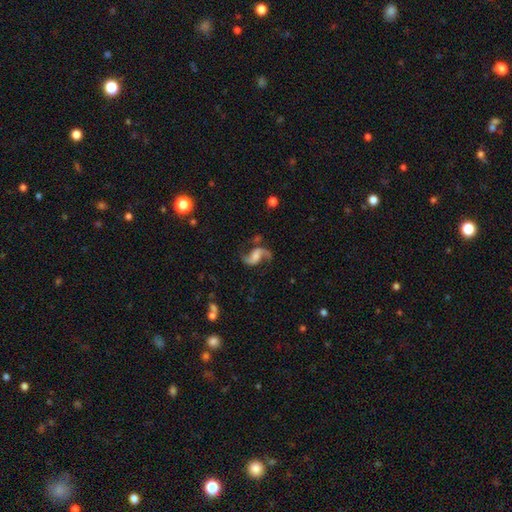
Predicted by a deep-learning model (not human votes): Overall: featured or disk (88%). Edge-on disk: no (98%). Bar: no (44%; weak 39%). Spiral arms: yes (97%). Spiral arm count: 2 (93%). Spiral winding: loose (71%). Bulge size: moderate (32%; small 30%). Merging: none (73%).